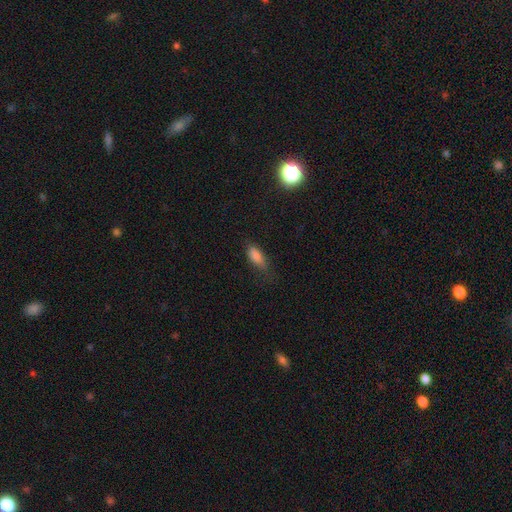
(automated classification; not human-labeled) The model was most divided on "merging": none: 63%, minor disturbance: 27%, major disturbance: 8%, merger: 2%. More confident: smooth or featured — smooth (81%); how rounded — in between (79%).